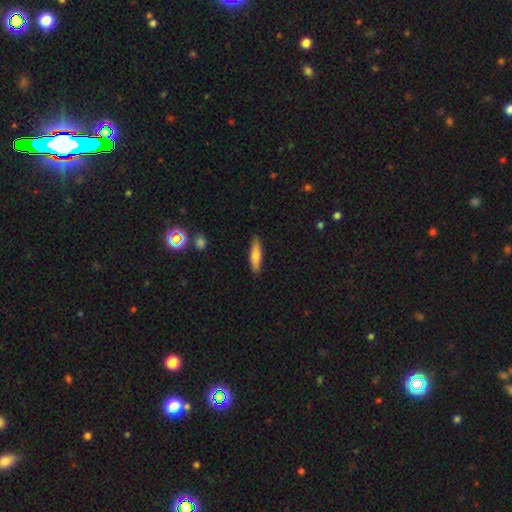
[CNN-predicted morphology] Q: Smooth or featured?
A: smooth (74%); runner-up: featured or disk (20%)
Q: How rounded?
A: cigar-shaped (72%); runner-up: in between (26%)
Q: Merging?
A: none (88%); runner-up: minor disturbance (9%)